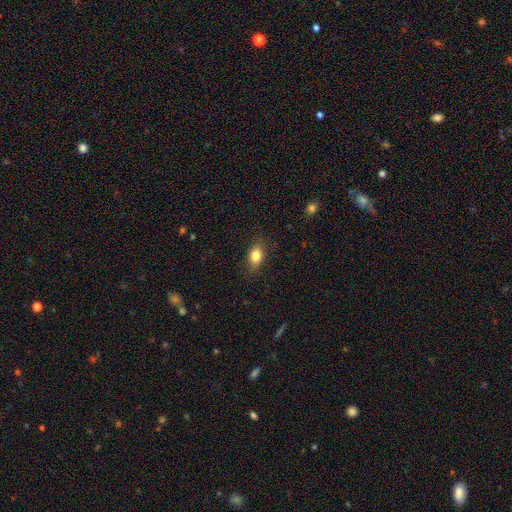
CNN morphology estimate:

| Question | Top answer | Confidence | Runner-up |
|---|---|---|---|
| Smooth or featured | smooth | 82% | featured or disk (9%) |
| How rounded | in between | 79% | round (18%) |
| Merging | none | 83% | minor disturbance (13%) |